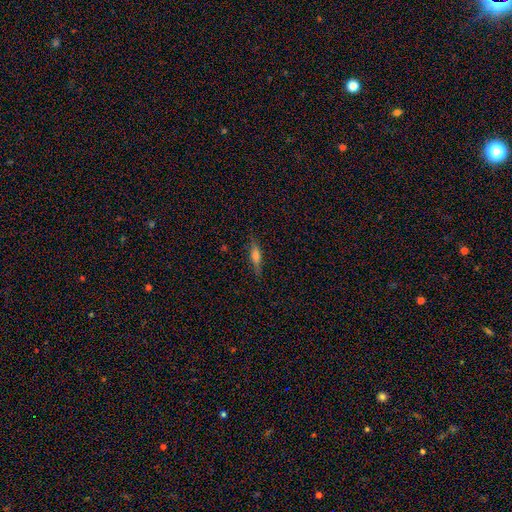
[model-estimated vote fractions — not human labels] Q: Smooth or featured?
A: smooth (54%); runner-up: featured or disk (37%)
Q: How rounded?
A: cigar-shaped (65%); runner-up: in between (32%)
Q: Merging?
A: none (82%); runner-up: minor disturbance (14%)